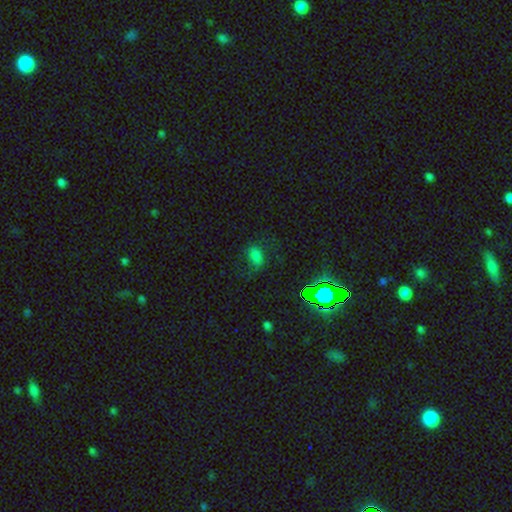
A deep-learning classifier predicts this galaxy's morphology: Overall: smooth (67%). How rounded: in between (83%). Merging: none (61%).